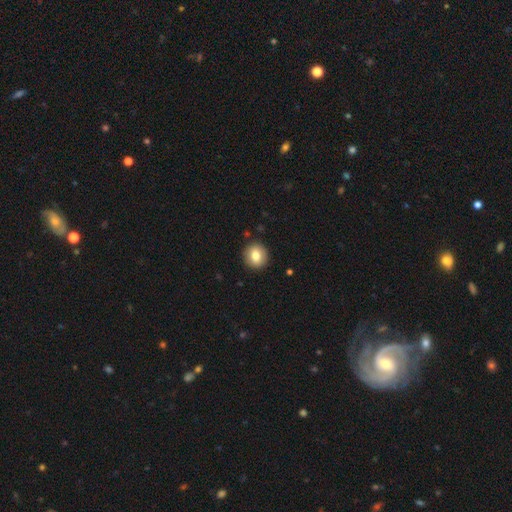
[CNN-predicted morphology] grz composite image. It shows a smooth galaxy with no disk features (81%) that is round (86%). Merging: none (90%).